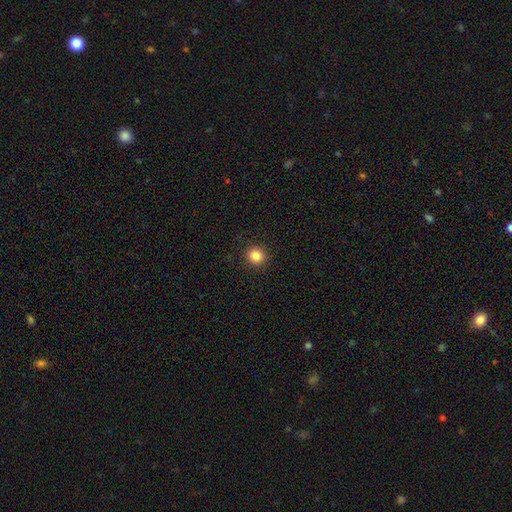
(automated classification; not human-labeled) smooth_or_featured: smooth (p=0.85) [alt: star or artifact p=0.11]
how_rounded: round (p=0.89) [alt: in between p=0.10]
merging: none (p=0.92) [alt: minor disturbance p=0.06]